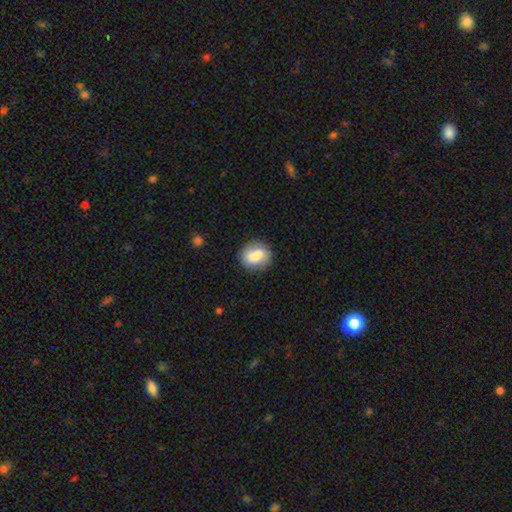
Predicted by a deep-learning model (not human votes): A smooth galaxy with no disk features (80%) that is in between round and cigar-shaped (51%). Merging: none (78%).